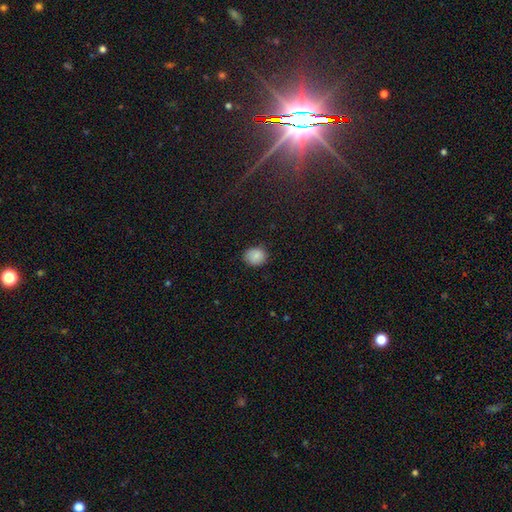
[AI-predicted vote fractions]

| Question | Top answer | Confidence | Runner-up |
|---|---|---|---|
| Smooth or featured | smooth | 86% | star or artifact (10%) |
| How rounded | round | 68% | in between (31%) |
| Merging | none | 83% | minor disturbance (13%) |